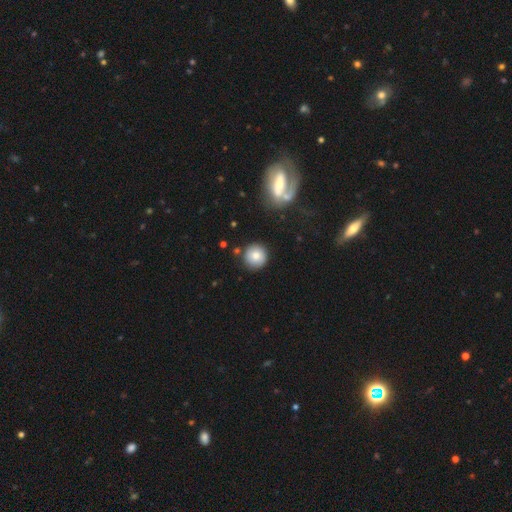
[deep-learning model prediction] A smooth galaxy with no disk features (77%) that is round (95%). Merging: none (86%).